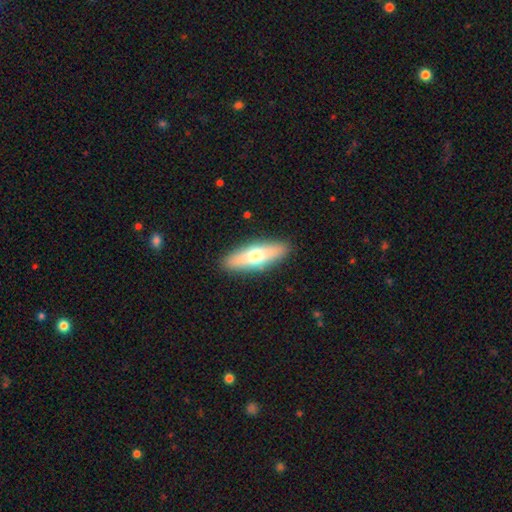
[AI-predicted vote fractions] A smooth galaxy with no disk features (60%) that is in between round and cigar-shaped (50%).

Vote fractions:
- Smooth or featured? smooth: 60% / featured or disk: 33% / star or artifact: 6%
- How rounded? in between: 50% / cigar-shaped: 48% / round: 3%
- Merging? none: 89% / minor disturbance: 8% / major disturbance: 2% / merger: 1%